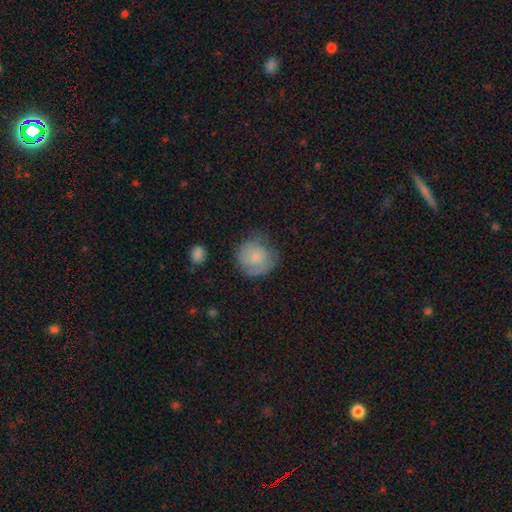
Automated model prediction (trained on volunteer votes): Smooth or featured? smooth (68%)
How rounded? round (86%)
Merging? none (59%)